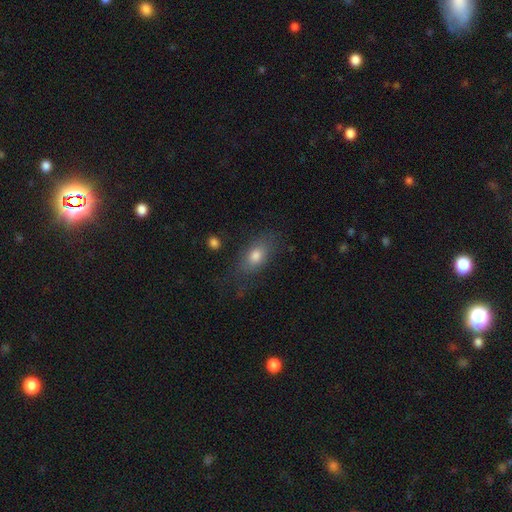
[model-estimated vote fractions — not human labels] Smooth or featured? smooth (75%)
How rounded? in between (80%)
Merging? none (67%)